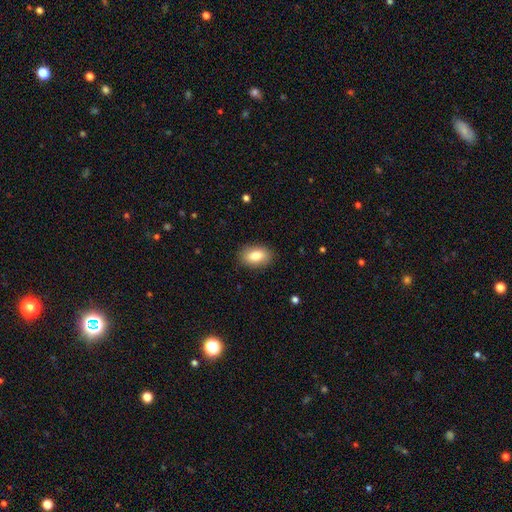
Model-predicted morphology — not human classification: Q: Smooth or featured?
A: smooth (83%); runner-up: featured or disk (10%)
Q: How rounded?
A: in between (87%); runner-up: round (11%)
Q: Merging?
A: none (88%); runner-up: minor disturbance (9%)